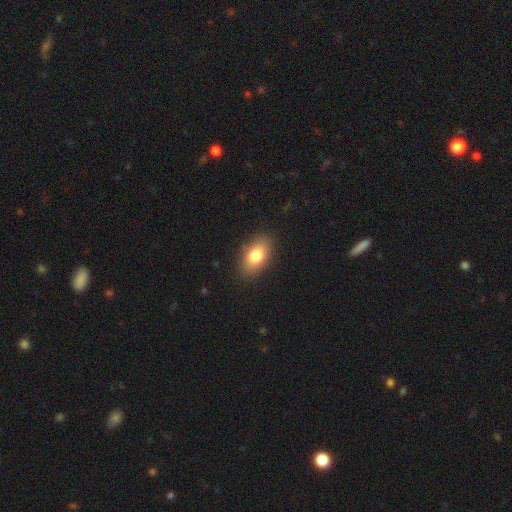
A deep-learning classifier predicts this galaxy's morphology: Smooth or featured? smooth (79%)
How rounded? in between (89%)
Merging? none (87%)